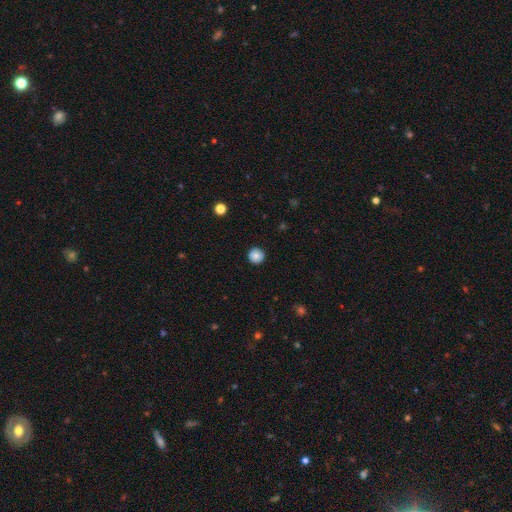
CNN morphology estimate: This is clearly a smooth galaxy (83%). How rounded: clearly round (96%). Merging: clearly none (90%).